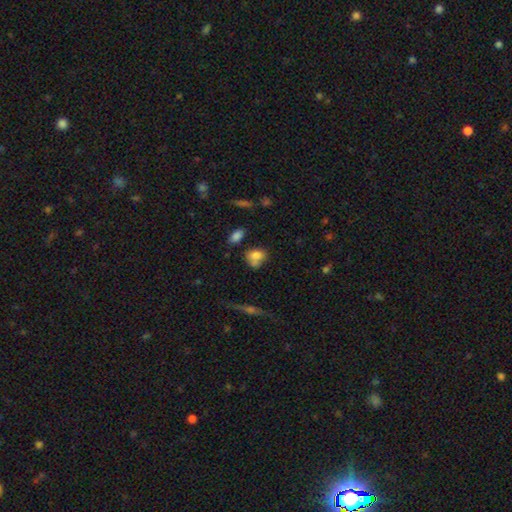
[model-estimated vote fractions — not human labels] smooth-or-featured: smooth: 77% | featured or disk: 12% | star or artifact: 11%
  how-rounded: in between: 62% | round: 36% | cigar-shaped: 2%
  merging: none: 49% | minor disturbance: 22% | merger: 20% | major disturbance: 9%